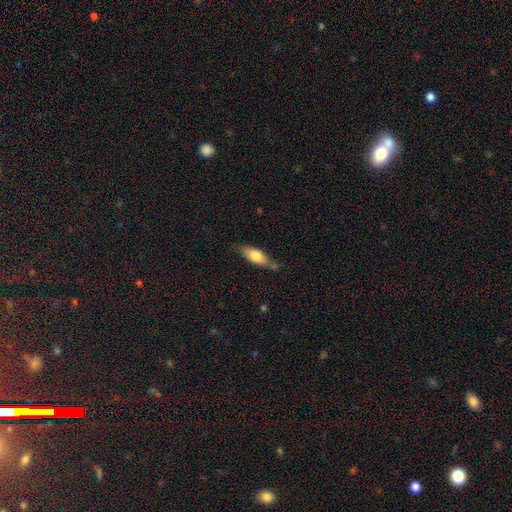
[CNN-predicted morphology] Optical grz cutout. It shows a smooth galaxy with no disk features (72%) that is in between round and cigar-shaped (70%). Merging: none (63%).